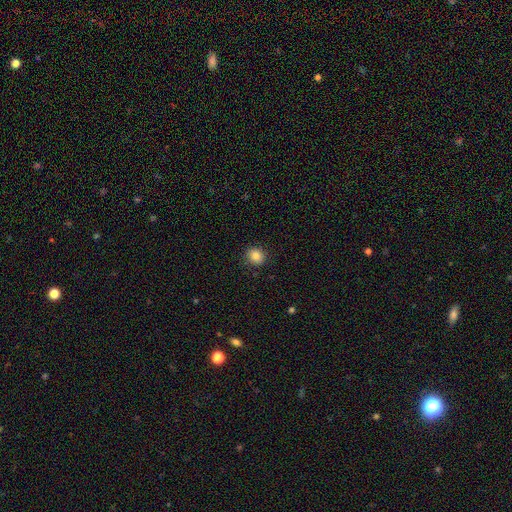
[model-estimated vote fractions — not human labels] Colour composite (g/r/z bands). It shows a smooth galaxy with no disk features (84%) that is round (78%). Merging: none (88%).